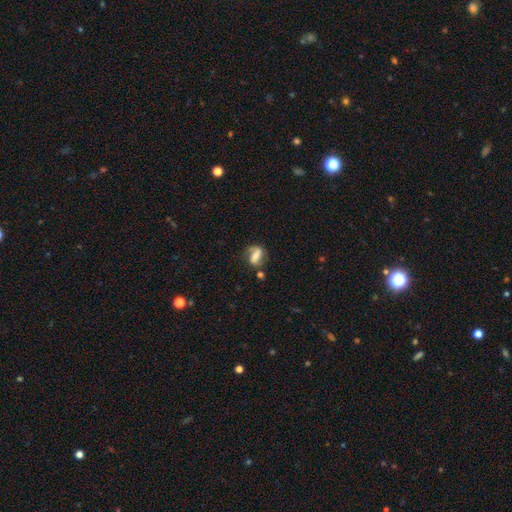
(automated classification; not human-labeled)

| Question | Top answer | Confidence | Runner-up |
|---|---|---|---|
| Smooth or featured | smooth | 50% | featured or disk (39%) |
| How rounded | in between | 71% | round (19%) |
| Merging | none | 47% | minor disturbance (25%) |